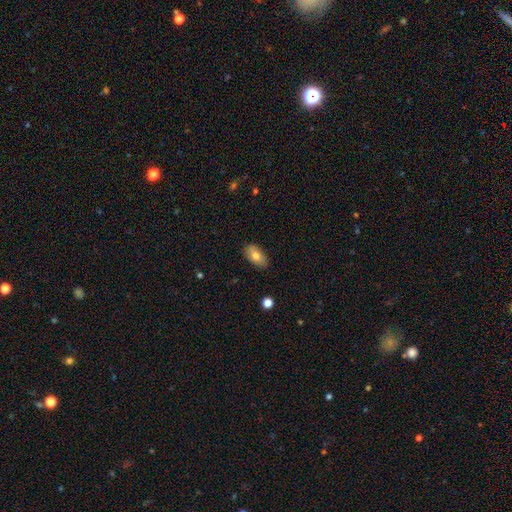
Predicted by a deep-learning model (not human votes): Smooth or featured?
  - smooth: 76% *
  - featured or disk: 16%
  - star or artifact: 7%
How rounded?
  - in between: 92% *
  - round: 5%
  - cigar-shaped: 3%
Merging?
  - none: 86% *
  - minor disturbance: 11%
  - major disturbance: 2%
  - merger: 1%